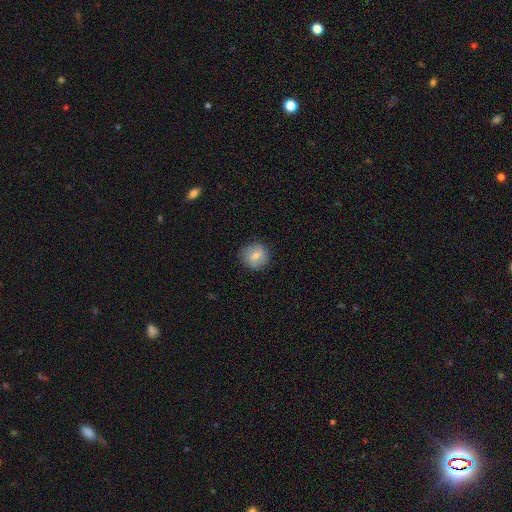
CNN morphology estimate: smooth_or_featured: smooth (p=0.65) [alt: featured or disk p=0.27]
how_rounded: round (p=0.91) [alt: in between p=0.08]
merging: none (p=0.86) [alt: minor disturbance p=0.10]